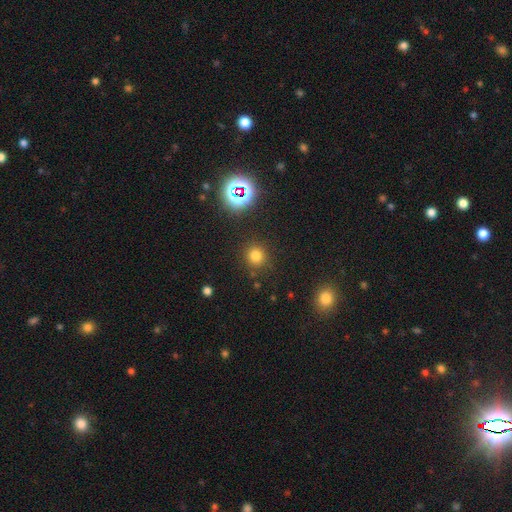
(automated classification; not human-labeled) Morphology: type=smooth (75%); roundness=round (91%); merging=none (87%).